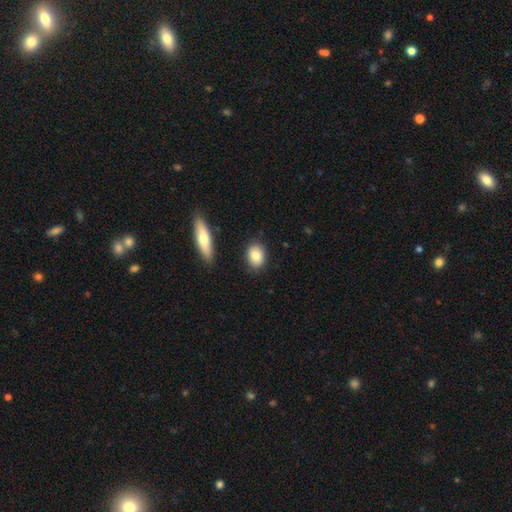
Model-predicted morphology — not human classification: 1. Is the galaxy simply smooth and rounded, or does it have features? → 82% smooth, 11% featured or disk, 7% star or artifact.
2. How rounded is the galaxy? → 64% in between, 33% round, 3% cigar-shaped.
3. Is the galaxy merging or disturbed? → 85% none, 10% minor disturbance, 3% merger, 2% major disturbance.